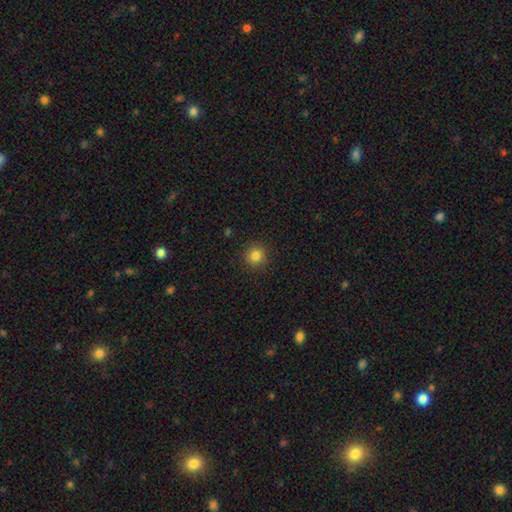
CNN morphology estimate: smooth-or-featured: smooth: 83% | star or artifact: 12% | featured or disk: 5%
  how-rounded: round: 94% | in between: 5% | cigar-shaped: 1%
  merging: none: 91% | minor disturbance: 6% | major disturbance: 2% | merger: 1%